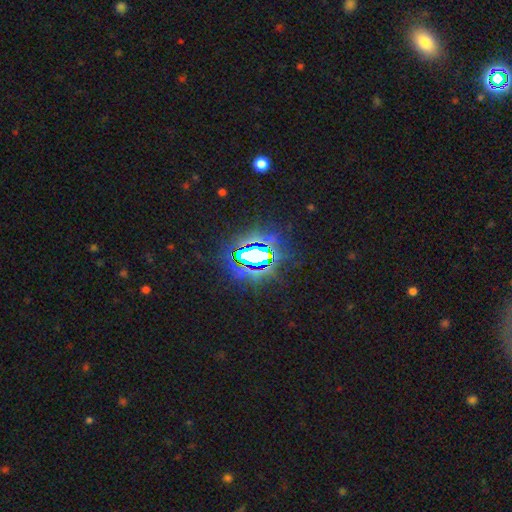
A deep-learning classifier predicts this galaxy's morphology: smooth-or-featured: star or artifact: 77% | smooth: 12% | featured or disk: 11%